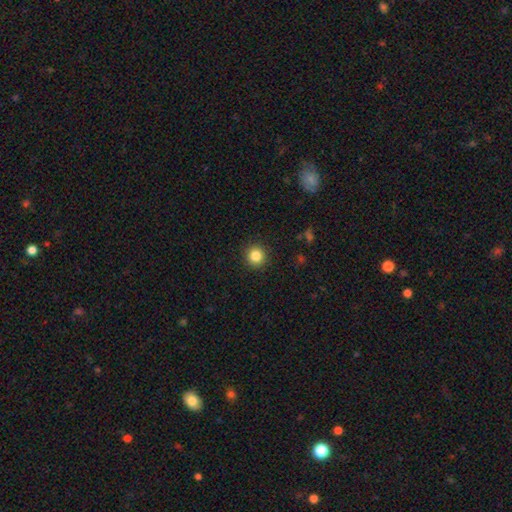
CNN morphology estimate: The model was most divided on "smooth or featured": smooth: 85%, star or artifact: 11%, featured or disk: 4%. More confident: how rounded — round (94%); merging — none (92%).